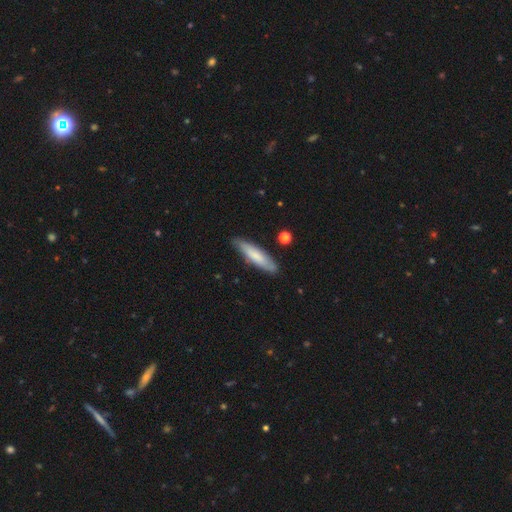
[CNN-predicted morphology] This is likely a smooth galaxy (70%). How rounded: likely cigar-shaped (77%). Merging: clearly none (82%).